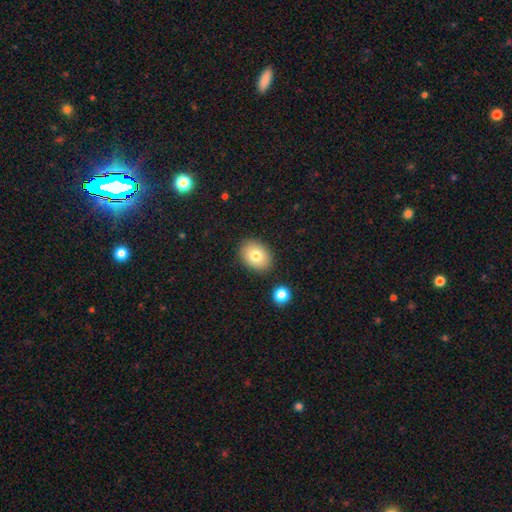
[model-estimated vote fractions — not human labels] Smooth or featured?
  - smooth: 79% *
  - featured or disk: 13%
  - star or artifact: 9%
How rounded?
  - in between: 72% *
  - round: 27%
  - cigar-shaped: 1%
Merging?
  - none: 86% *
  - minor disturbance: 9%
  - merger: 3%
  - major disturbance: 2%